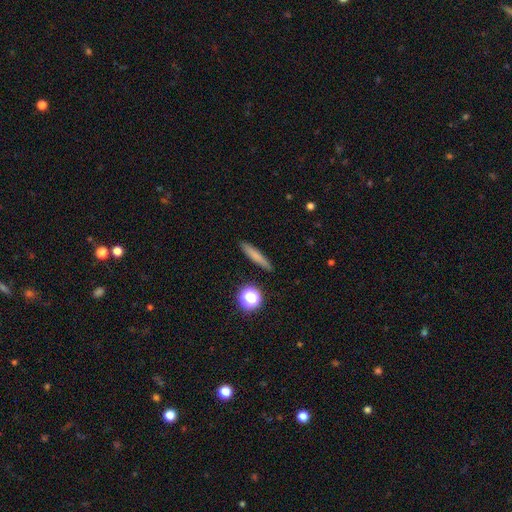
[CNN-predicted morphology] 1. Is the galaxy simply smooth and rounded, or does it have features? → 73% smooth, 17% featured or disk, 10% star or artifact.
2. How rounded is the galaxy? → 89% cigar-shaped, 7% in between, 4% round.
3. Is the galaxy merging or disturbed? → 89% none, 7% minor disturbance, 2% major disturbance, 2% merger.